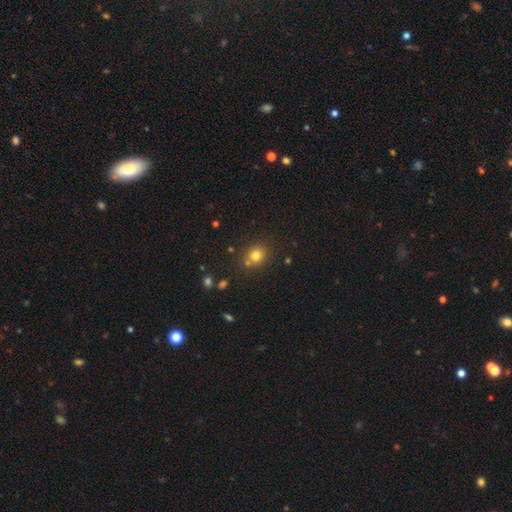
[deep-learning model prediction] This appears to be a smooth galaxy with no disk features (77%) that is round (76%). Merging: none (73%).